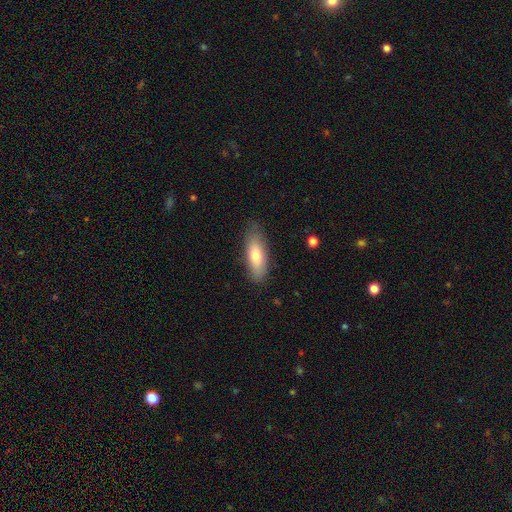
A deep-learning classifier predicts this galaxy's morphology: Smooth or featured? smooth (75%)
How rounded? in between (64%)
Merging? none (81%)